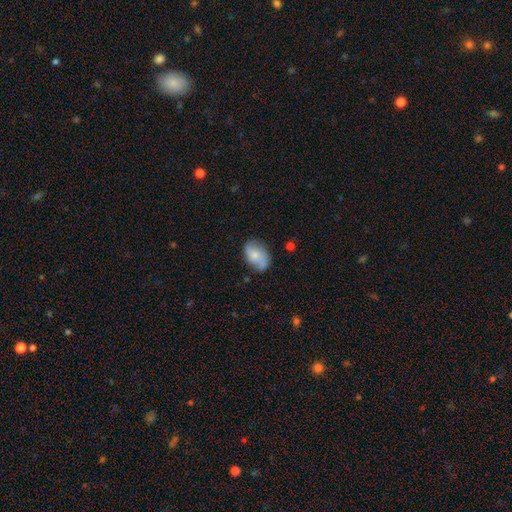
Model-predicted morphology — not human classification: Overall: smooth (59%; featured or disk 33%). How rounded: in between (85%). Merging: none (67%).